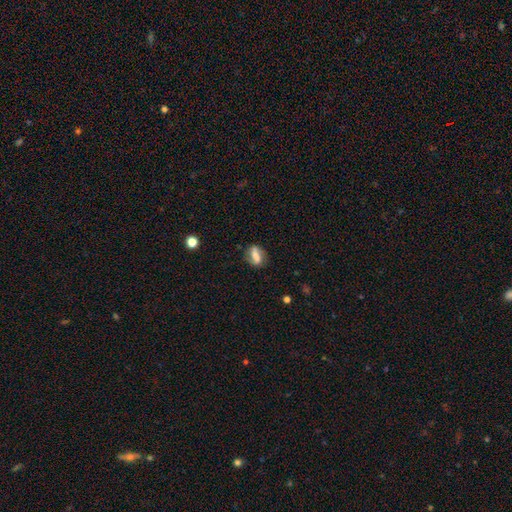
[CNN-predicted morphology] smooth_or_featured: smooth (p=0.57) [alt: featured or disk p=0.34]
how_rounded: in between (p=0.65) [alt: cigar-shaped p=0.18]
merging: none (p=0.75) [alt: minor disturbance p=0.17]